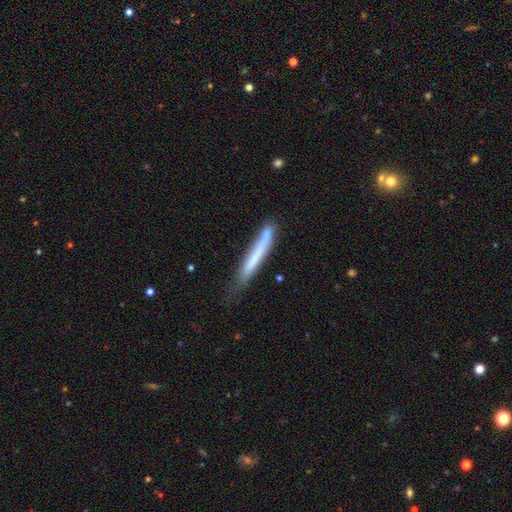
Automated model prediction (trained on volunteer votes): smooth 65%, featured or disk 29%, star or artifact 7%. Down the decision tree: how rounded — cigar-shaped (96%); merging — none (59%).